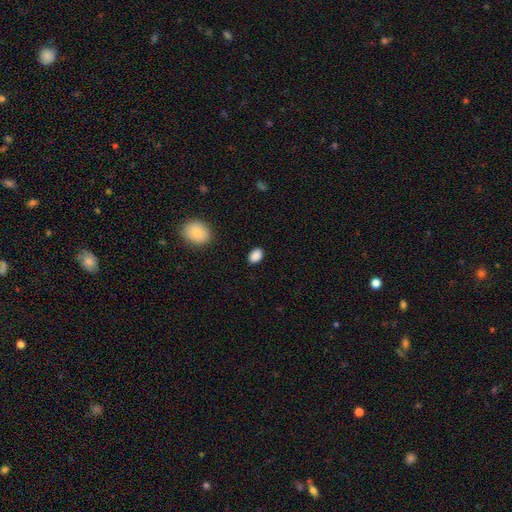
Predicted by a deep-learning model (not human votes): Smooth or featured: smooth — 88% (star or artifact — 9%)
How rounded: in between — 81% (round — 18%)
Merging: none — 88% (minor disturbance — 9%)